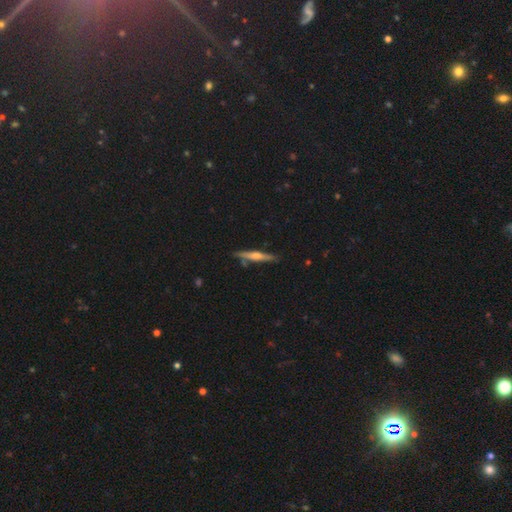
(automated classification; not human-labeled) Smooth or featured?
  - featured or disk: 58% *
  - smooth: 36%
  - star or artifact: 6%
Edge-on disk?
  - yes: 96% *
  - no: 4%
Edge-on bulge?
  - rounded: 75% *
  - none: 15%
  - boxy: 10%
Merging?
  - none: 83% *
  - minor disturbance: 11%
  - merger: 4%
  - major disturbance: 2%